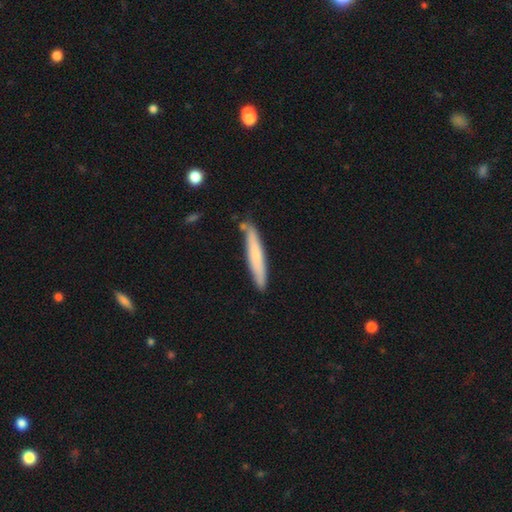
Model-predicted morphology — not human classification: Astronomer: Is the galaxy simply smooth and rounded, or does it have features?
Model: smooth — 64%.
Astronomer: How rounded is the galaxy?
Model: cigar-shaped — 94%.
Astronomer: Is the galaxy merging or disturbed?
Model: none — 82%.